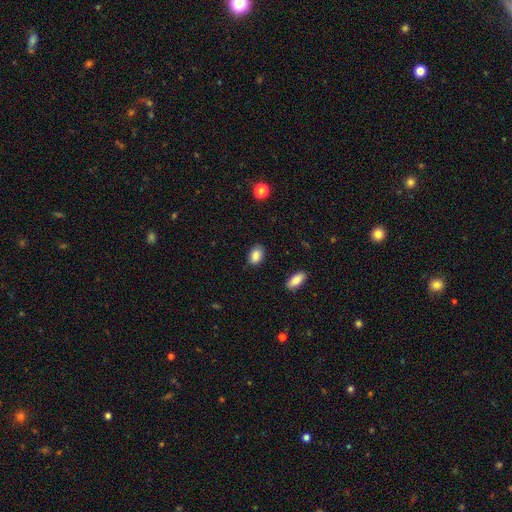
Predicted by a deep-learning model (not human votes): Smooth or featured: smooth — 87% (star or artifact — 8%)
How rounded: in between — 84% (round — 14%)
Merging: none — 82% (minor disturbance — 14%)